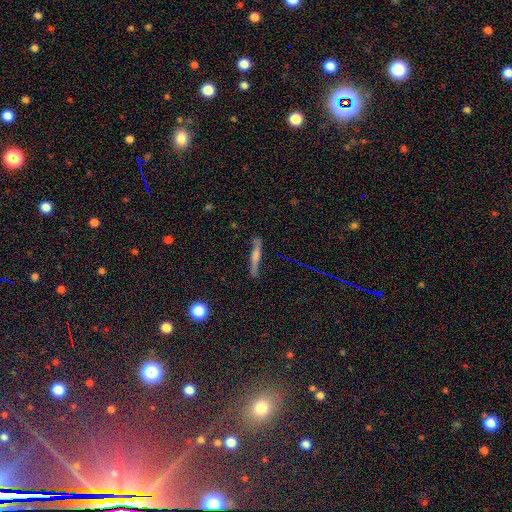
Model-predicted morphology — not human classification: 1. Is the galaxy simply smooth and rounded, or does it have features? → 56% featured or disk, 32% smooth, 12% star or artifact.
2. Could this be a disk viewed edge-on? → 87% yes, 13% no.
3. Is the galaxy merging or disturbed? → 77% none, 16% minor disturbance, 5% major disturbance, 3% merger.